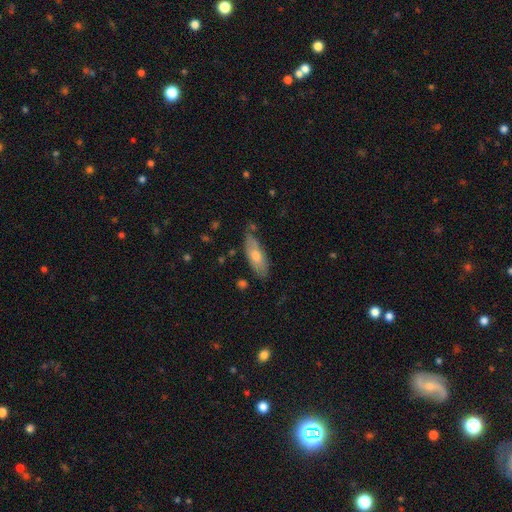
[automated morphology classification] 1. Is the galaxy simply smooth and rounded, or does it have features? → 61% smooth, 33% featured or disk, 6% star or artifact.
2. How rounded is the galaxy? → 66% in between, 32% cigar-shaped, 2% round.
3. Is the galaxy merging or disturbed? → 73% none, 20% minor disturbance, 4% major disturbance, 3% merger.